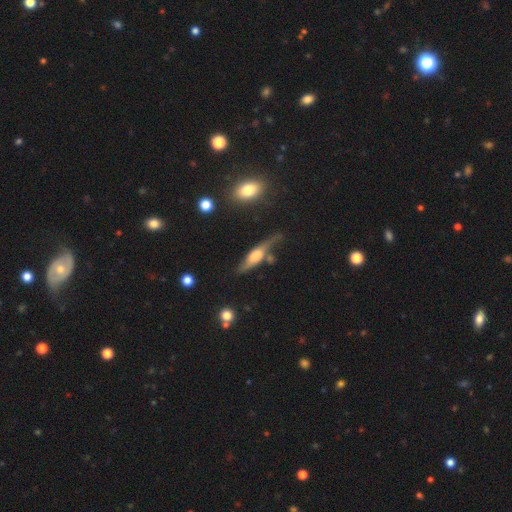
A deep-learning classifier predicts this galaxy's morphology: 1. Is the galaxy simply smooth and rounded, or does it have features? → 64% featured or disk, 29% smooth, 7% star or artifact.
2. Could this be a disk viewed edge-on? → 68% yes, 32% no.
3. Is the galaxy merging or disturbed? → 49% none, 26% minor disturbance, 15% major disturbance, 10% merger.